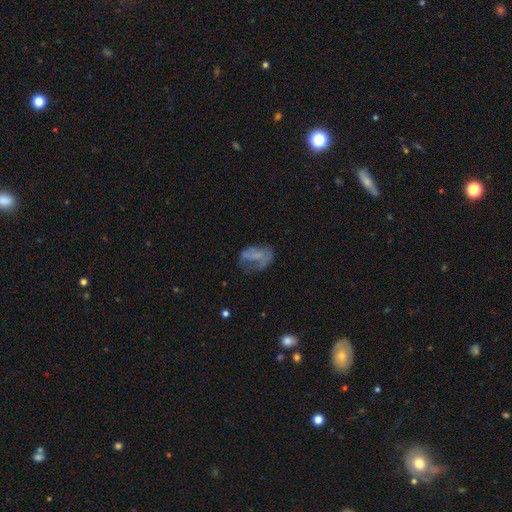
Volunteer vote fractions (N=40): Smooth or featured? smooth (50%)
How rounded? in between (90%)
Merging? none (43%, tied with major disturbance)